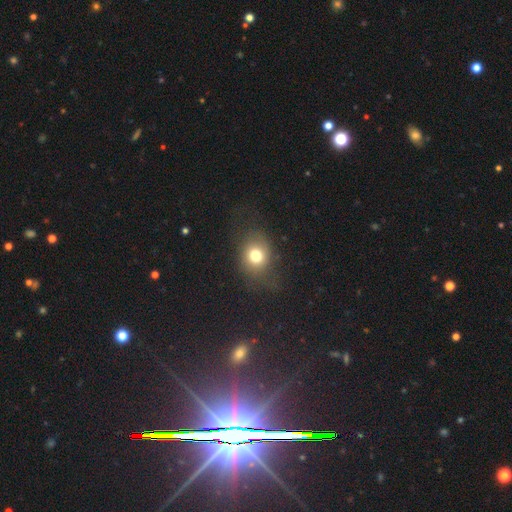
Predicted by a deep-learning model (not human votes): Morphology: type=smooth (73%); roundness=round (63%); merging=none (70%).